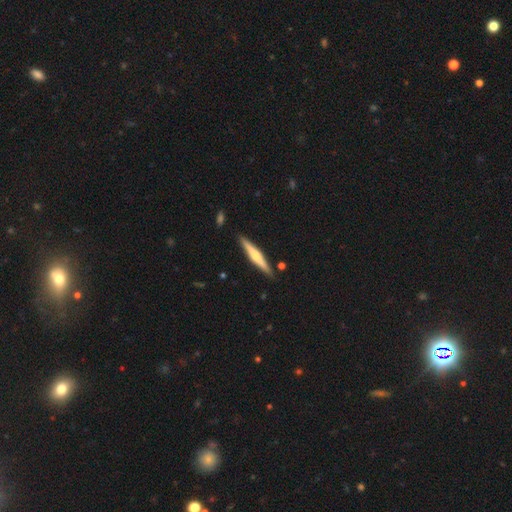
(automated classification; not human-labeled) Overall: featured or disk (56%; smooth 39%). Edge-on disk: yes (97%). Edge-on bulge: rounded (72%). Merging: none (89%).